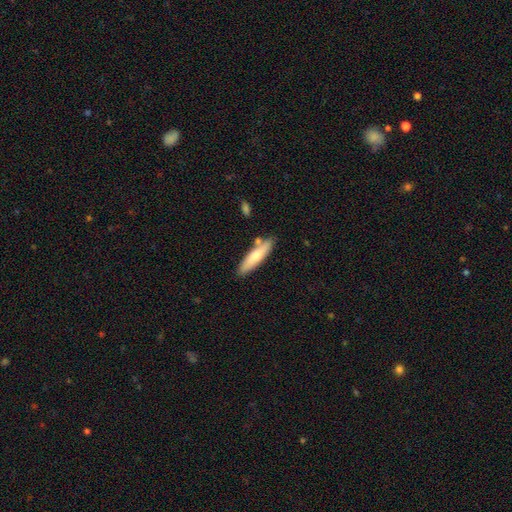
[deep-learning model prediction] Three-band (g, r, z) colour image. It shows a smooth galaxy with no disk features (68%) that is cigar-shaped (73%). Merging: none (78%).